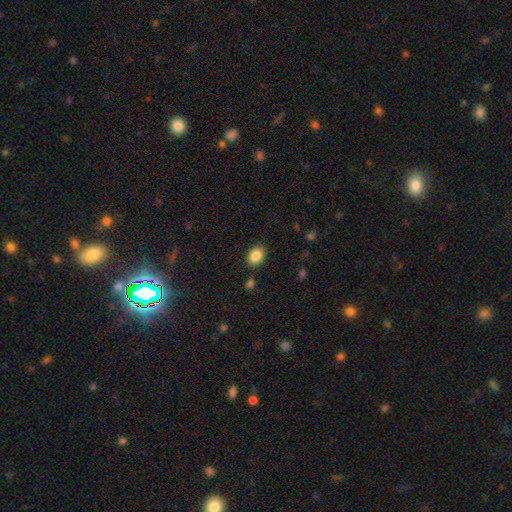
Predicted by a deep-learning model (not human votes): A smooth galaxy with no disk features (87%) that is in between round and cigar-shaped (75%).

Vote fractions:
- Smooth or featured? smooth: 87% / star or artifact: 8% / featured or disk: 5%
- How rounded? in between: 75% / round: 24% / cigar-shaped: 1%
- Merging? none: 85% / minor disturbance: 10% / major disturbance: 3% / merger: 2%